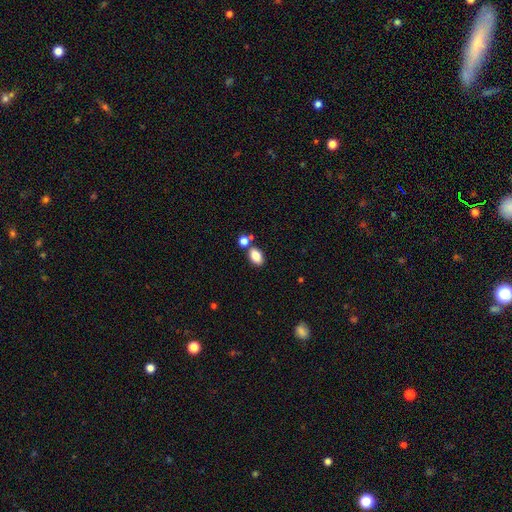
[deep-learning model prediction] Overall: smooth (83%). How rounded: in between (86%). Merging: none (67%).